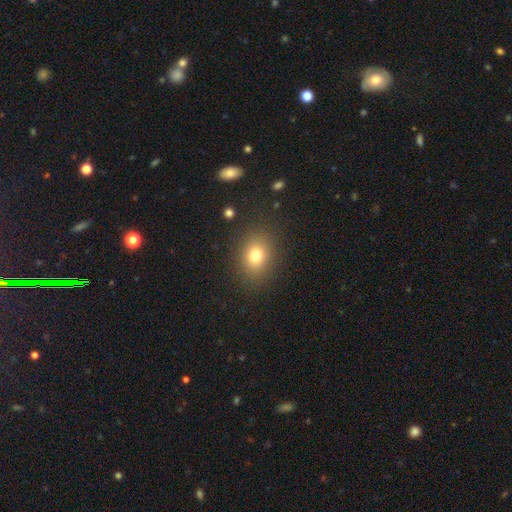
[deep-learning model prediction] Morphology: type=smooth (76%); roundness=round (50%); merging=none (86%).